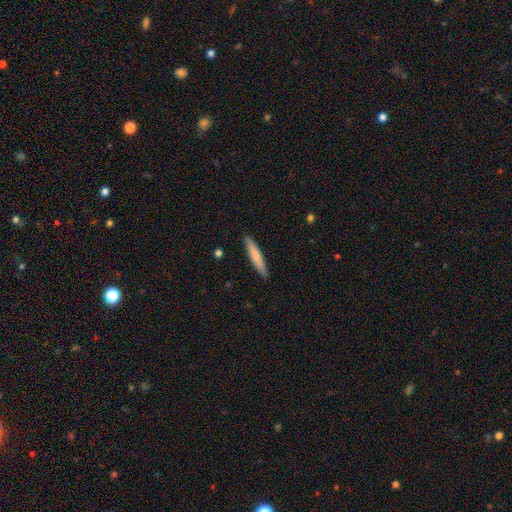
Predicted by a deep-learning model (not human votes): smooth 74%, featured or disk 21%, star or artifact 5%. Down the decision tree: how rounded — cigar-shaped (92%); merging — none (90%).